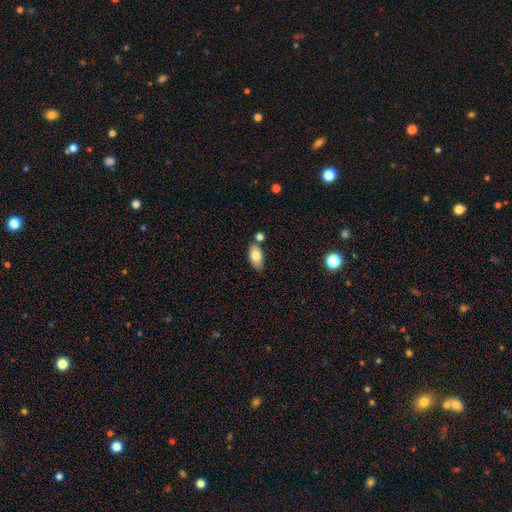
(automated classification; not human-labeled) smooth 79%, featured or disk 14%, star or artifact 7%. Down the decision tree: how rounded — in between (91%); merging — none (71%).